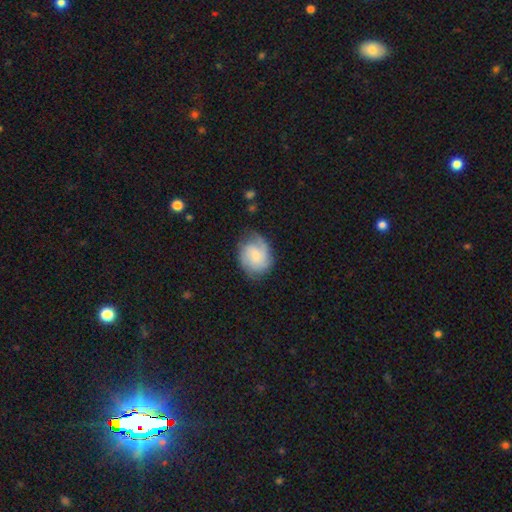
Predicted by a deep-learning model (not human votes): A featured or disk galaxy (52%) with no bar (64%), spiral arms (90%) and a small central bulge (50%). Merging: none (67%).